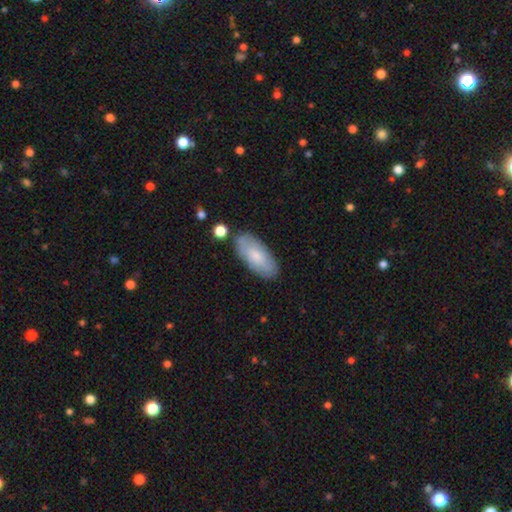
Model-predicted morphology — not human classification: type=smooth (70%); roundness=in between (89%); merging=none (78%).